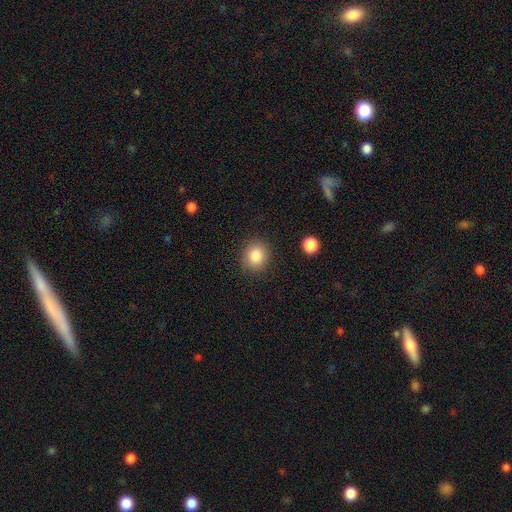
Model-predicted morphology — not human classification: Smooth or featured?
  - smooth: 85% *
  - star or artifact: 9%
  - featured or disk: 6%
How rounded?
  - round: 77% *
  - in between: 22%
  - cigar-shaped: 1%
Merging?
  - none: 87% *
  - minor disturbance: 9%
  - major disturbance: 3%
  - merger: 2%